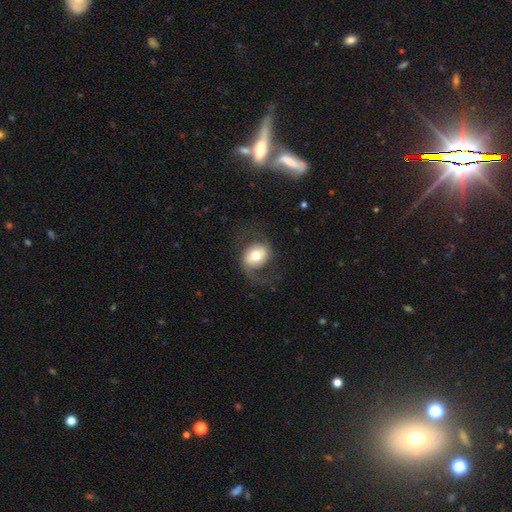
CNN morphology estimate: Overall: featured or disk (55%; smooth 38%). Edge-on disk: no (96%). Bar: no (54%; weak 30%). Spiral arms: yes (78%). Bulge size: moderate (65%). Merging: none (61%).